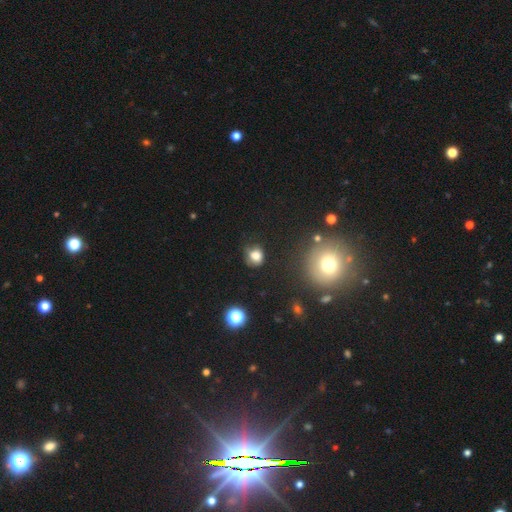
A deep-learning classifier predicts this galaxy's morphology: type=smooth (77%); roundness=round (63%); merging=none (54%).